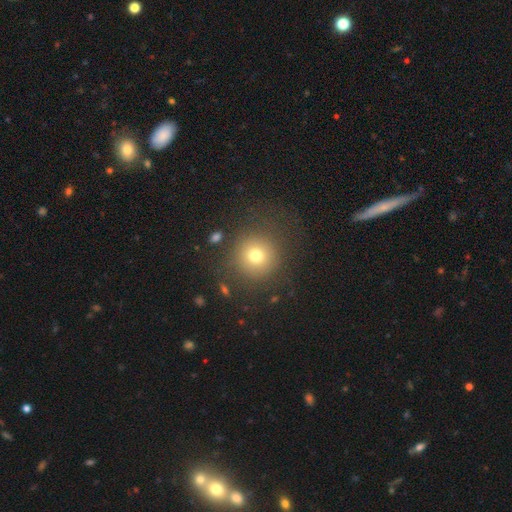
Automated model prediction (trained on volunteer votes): Morphology: type=smooth (74%); roundness=round (93%); merging=none (82%).